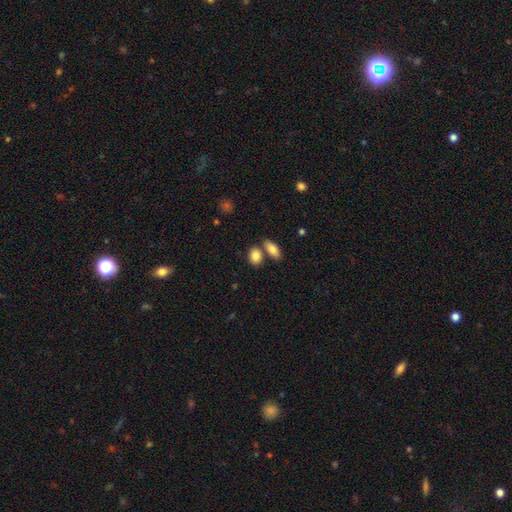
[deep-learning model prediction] Q: Smooth or featured?
A: smooth (86%); runner-up: star or artifact (7%)
Q: How rounded?
A: in between (71%); runner-up: round (25%)
Q: Merging?
A: none (61%); runner-up: merger (25%)